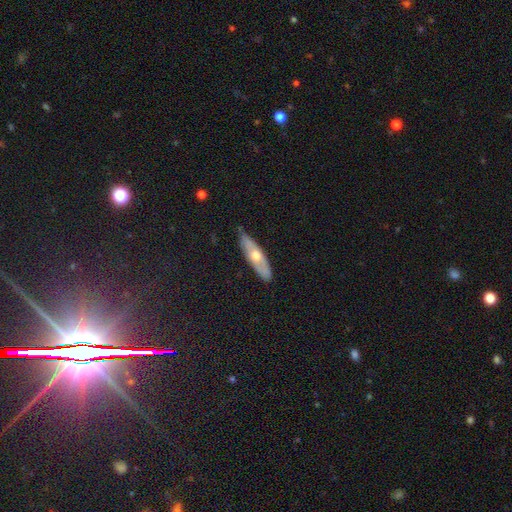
Q: Smooth or featured?
A: featured or disk (57%); runner-up: smooth (41%)
Q: Edge-on disk?
A: no (57%); runner-up: yes (43%)
Q: Bar?
A: no (75%); runner-up: weak (25%)
Q: Spiral arms?
A: no (58%); runner-up: yes (42%)
Q: Bulge size?
A: moderate (92%); runner-up: small (8%)
Q: Merging?
A: none (69%); runner-up: minor disturbance (31%)